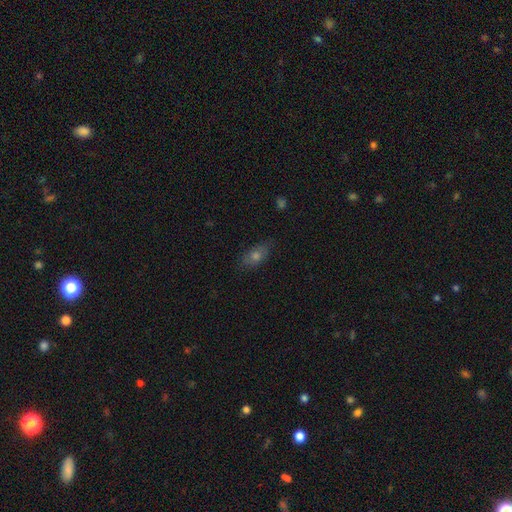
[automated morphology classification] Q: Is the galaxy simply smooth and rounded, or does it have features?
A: smooth — 64%.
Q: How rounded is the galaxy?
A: in between — 77%.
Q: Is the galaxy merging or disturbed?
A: none — 81%.